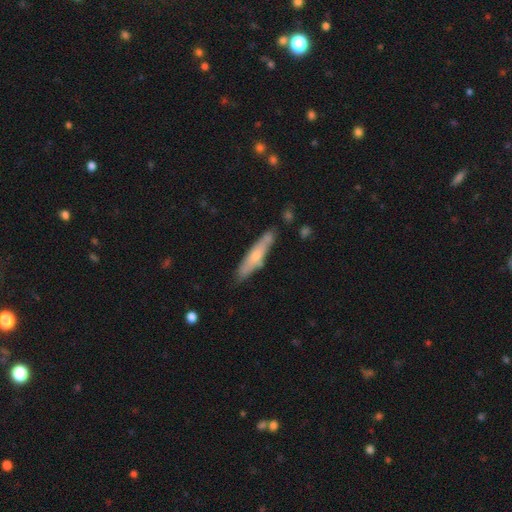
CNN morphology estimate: The model was most divided on "smooth or featured": smooth: 53%, featured or disk: 42%, star or artifact: 6%. More confident: how rounded — cigar-shaped (85%); merging — none (77%).